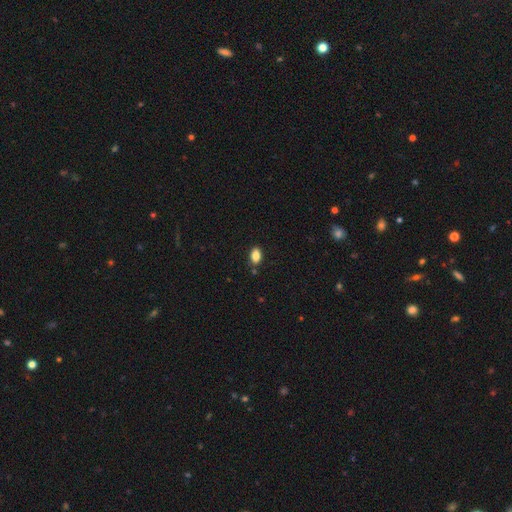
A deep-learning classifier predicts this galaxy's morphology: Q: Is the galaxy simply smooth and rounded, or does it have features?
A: smooth — 85%.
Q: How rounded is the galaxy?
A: in between — 87%.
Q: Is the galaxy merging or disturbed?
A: none — 84%.